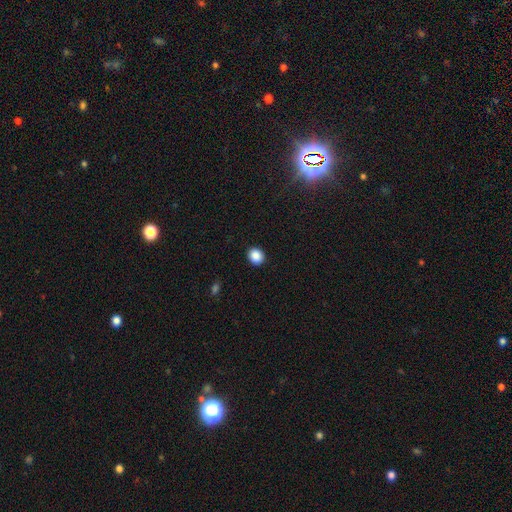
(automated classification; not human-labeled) This is clearly a smooth galaxy (88%). How rounded: likely round (75%). Merging: clearly none (92%).